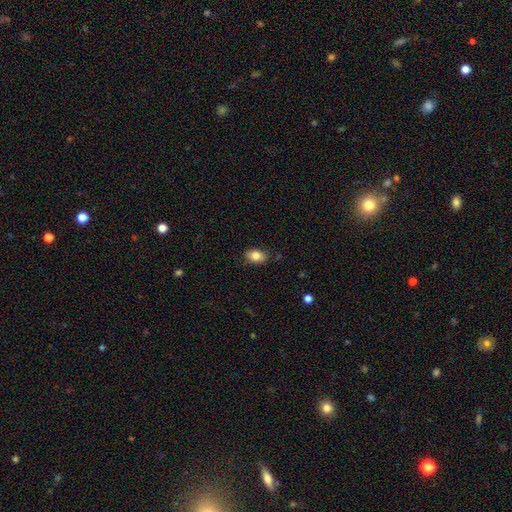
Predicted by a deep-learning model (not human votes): This appears to be a smooth galaxy with no disk features (83%) that is in between round and cigar-shaped (86%). Merging: none (83%).